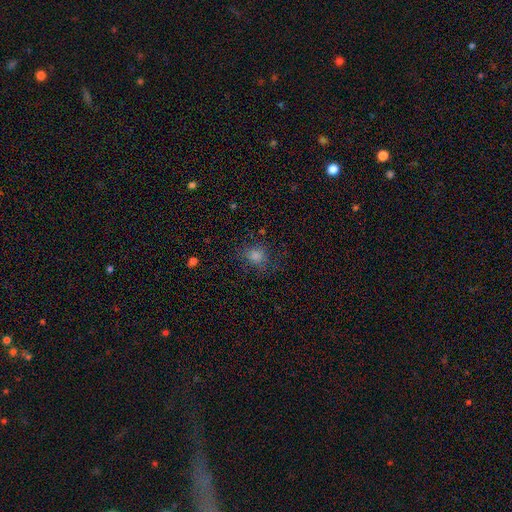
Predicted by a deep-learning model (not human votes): The model was most divided on "how rounded": round: 72%, in between: 26%, cigar-shaped: 1%. More confident: merging — none (72%); smooth or featured — smooth (71%).